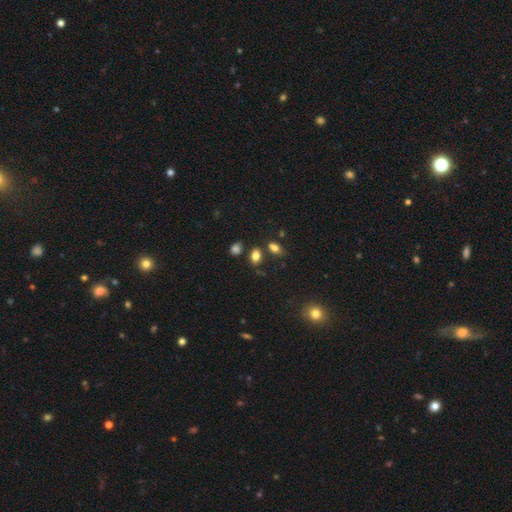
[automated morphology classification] Q: Smooth or featured?
A: smooth (80%); runner-up: star or artifact (12%)
Q: How rounded?
A: in between (82%); runner-up: round (16%)
Q: Merging?
A: none (71%); runner-up: minor disturbance (13%)